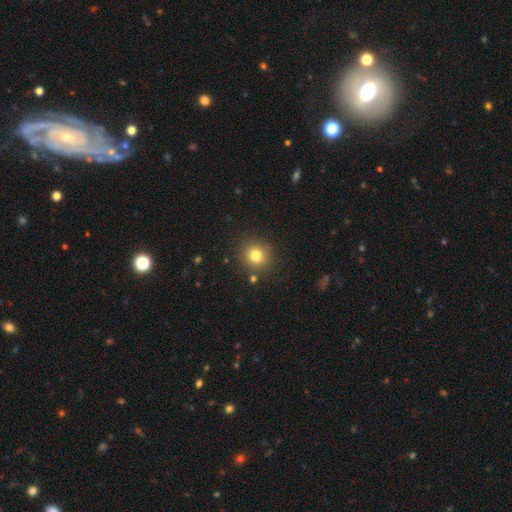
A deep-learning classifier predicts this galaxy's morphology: smooth_or_featured: smooth (p=0.79) [alt: star or artifact p=0.13]
how_rounded: round (p=0.90) [alt: in between p=0.09]
merging: none (p=0.87) [alt: minor disturbance p=0.07]